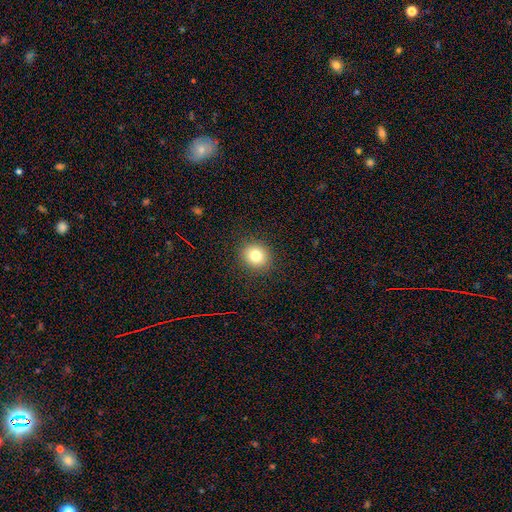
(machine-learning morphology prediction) The model was most divided on "how rounded": round: 82%, in between: 18%, cigar-shaped: 1%. More confident: merging — none (91%); smooth or featured — smooth (79%).